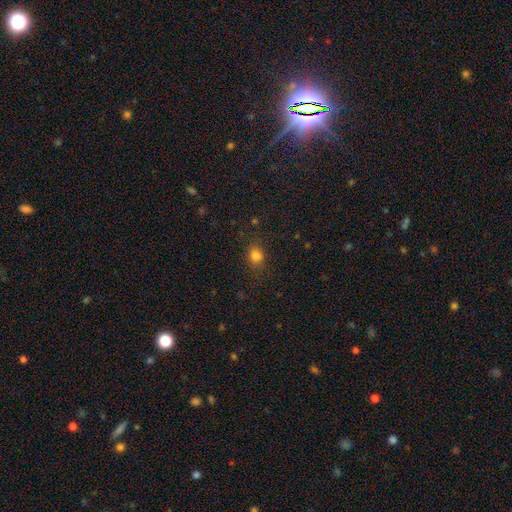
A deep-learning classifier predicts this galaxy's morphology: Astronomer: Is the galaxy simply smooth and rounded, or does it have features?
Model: smooth — 80%.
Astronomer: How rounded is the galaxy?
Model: round — 58% (runner-up: in between, 40%).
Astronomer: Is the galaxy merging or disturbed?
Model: none — 82%.